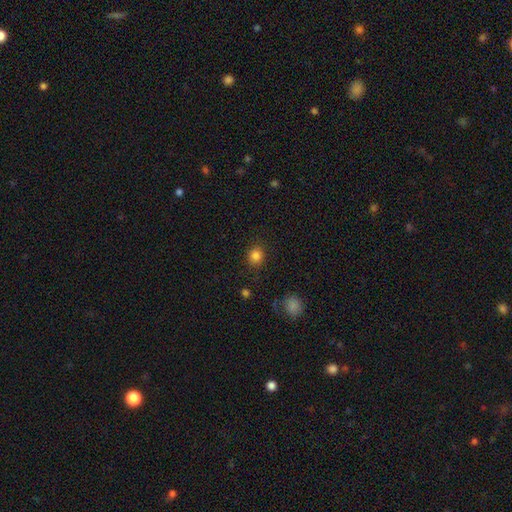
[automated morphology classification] Q: Smooth or featured?
A: smooth (83%); runner-up: star or artifact (12%)
Q: How rounded?
A: round (79%); runner-up: in between (20%)
Q: Merging?
A: none (86%); runner-up: minor disturbance (10%)